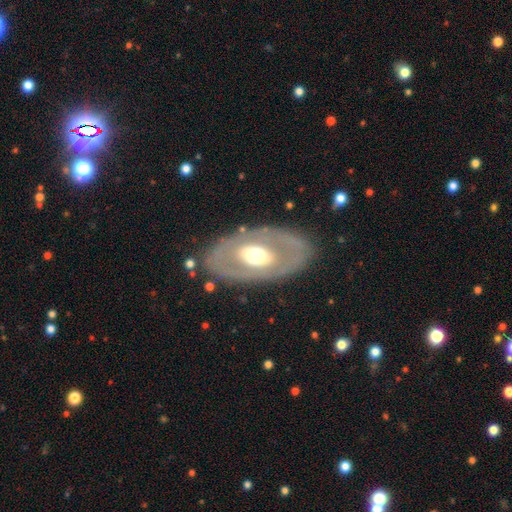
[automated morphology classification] Smooth or featured? Predicted: featured or disk (p=0.61). Edge-on disk? Predicted: no (p=0.87). Bar? Predicted: no (p=0.73). Spiral arms? Predicted: no (p=0.87). Bulge size? Predicted: moderate (p=0.59). Merging? Predicted: none (p=0.80).